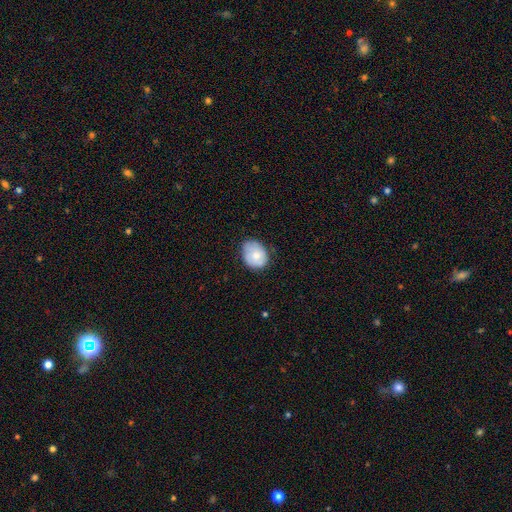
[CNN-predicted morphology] This appears to be a smooth galaxy with no disk features (75%) that is in between round and cigar-shaped (54%). Merging: none (65%).